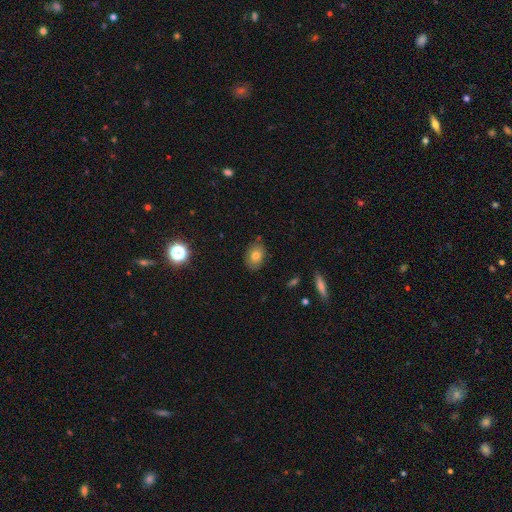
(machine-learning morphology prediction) type=smooth (70%); roundness=in between (78%); merging=none (78%).